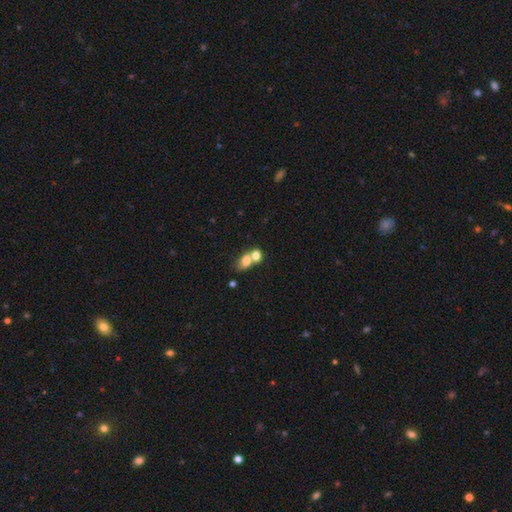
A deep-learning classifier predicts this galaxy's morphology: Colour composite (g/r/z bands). It shows a smooth galaxy with no disk features (75%) that is in between round and cigar-shaped (66%). Merging: merger (68%).